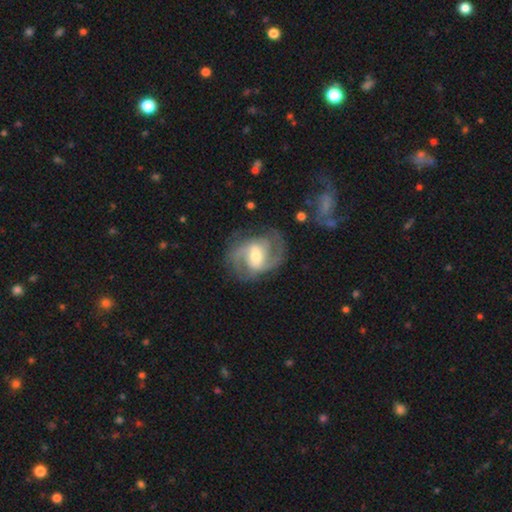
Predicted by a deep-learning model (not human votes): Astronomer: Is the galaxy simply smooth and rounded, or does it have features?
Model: featured or disk — 88%.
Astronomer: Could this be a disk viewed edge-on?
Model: no — 98%.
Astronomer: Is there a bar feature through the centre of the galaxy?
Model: weak — 50% (runner-up: strong, 27%).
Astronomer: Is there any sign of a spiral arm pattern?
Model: yes — 96%.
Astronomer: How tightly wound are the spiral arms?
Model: medium — 54% (runner-up: tight, 31%).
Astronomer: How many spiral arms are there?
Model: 2 — 66%.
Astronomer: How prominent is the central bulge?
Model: moderate — 63%.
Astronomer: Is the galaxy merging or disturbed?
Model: none — 72%.